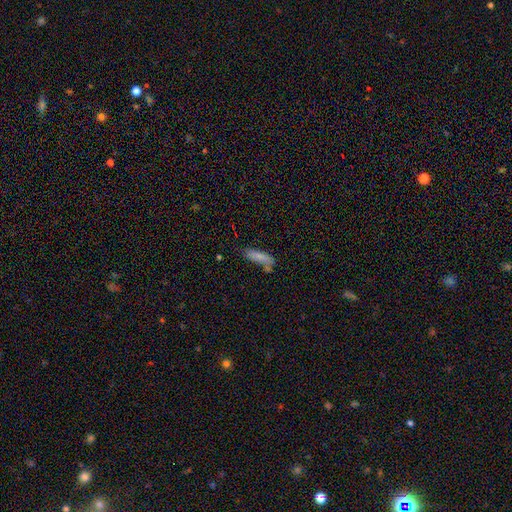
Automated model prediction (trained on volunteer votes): Overall: smooth (69%). How rounded: cigar-shaped (69%). Merging: none (60%; minor disturbance 21%).